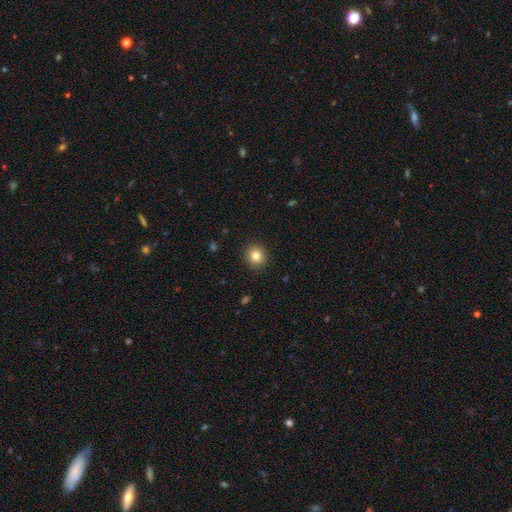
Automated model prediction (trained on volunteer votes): Morphology: type=smooth (82%); roundness=round (88%); merging=none (91%).